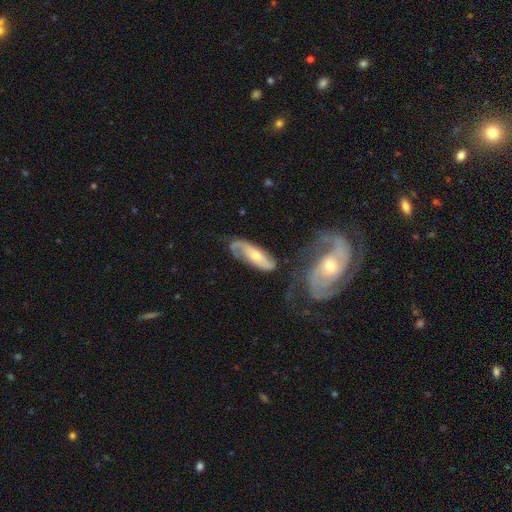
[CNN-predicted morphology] smooth_or_featured: featured or disk (p=0.72) [alt: smooth p=0.23]
disk_edge_on: no (p=0.87) [alt: yes p=0.13]
bar: no (p=0.58) [alt: weak p=0.28]
has_spiral_arms: yes (p=0.86) [alt: no p=0.14]
spiral_winding: medium (p=0.38) [alt: tight p=0.37]
spiral_arm_count: 2 (p=0.65) [alt: can't tell p=0.18]
bulge_size: moderate (p=0.48) [tied with: small p=0.48]
merging: none (p=0.47) [alt: minor disturbance p=0.22]